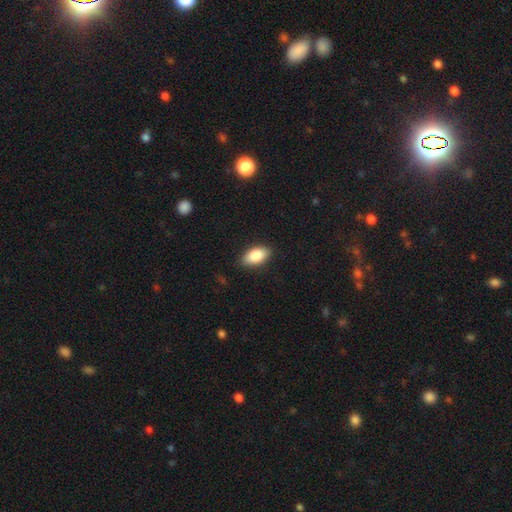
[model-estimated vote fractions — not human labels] A smooth galaxy with no disk features (85%) that is in between round and cigar-shaped (92%). Merging: none (86%).